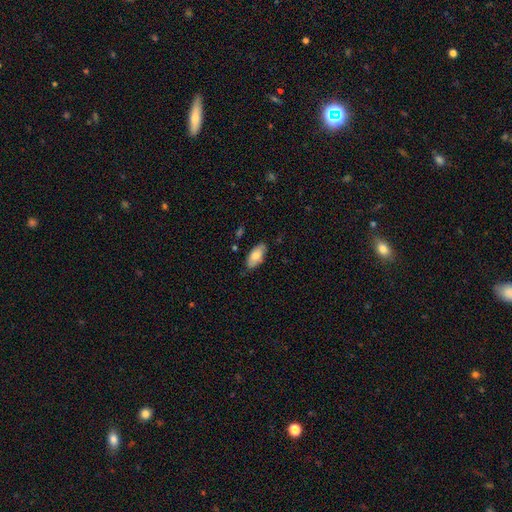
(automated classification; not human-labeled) A smooth galaxy with no disk features (77%) that is in between round and cigar-shaped (92%).

Vote fractions:
- Smooth or featured? smooth: 77% / featured or disk: 17% / star or artifact: 6%
- How rounded? in between: 92% / cigar-shaped: 6% / round: 2%
- Merging? none: 82% / minor disturbance: 14% / major disturbance: 2% / merger: 2%